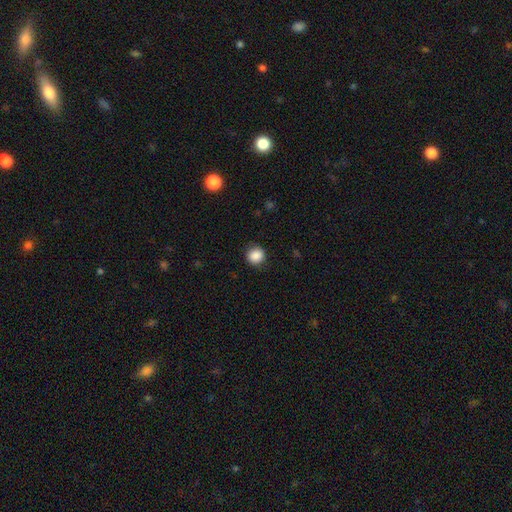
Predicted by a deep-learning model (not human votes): smooth-or-featured: smooth: 88% | star or artifact: 9% | featured or disk: 3%
  how-rounded: round: 90% | in between: 9% | cigar-shaped: 1%
  merging: none: 88% | minor disturbance: 9% | major disturbance: 3% | merger: 1%